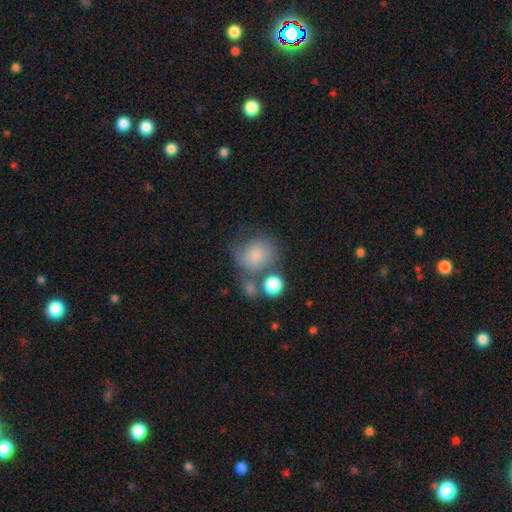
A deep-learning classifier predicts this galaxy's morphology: This appears to be a smooth galaxy with no disk features (77%) that is round (76%). Merging: none (47%).